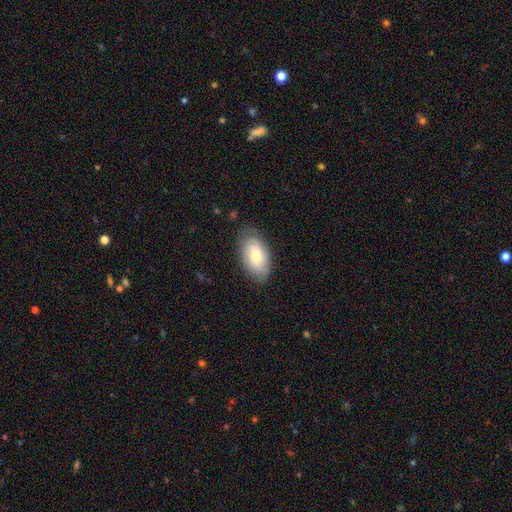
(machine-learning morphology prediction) Smooth or featured? smooth (68%)
How rounded? in between (94%)
Merging? none (78%)